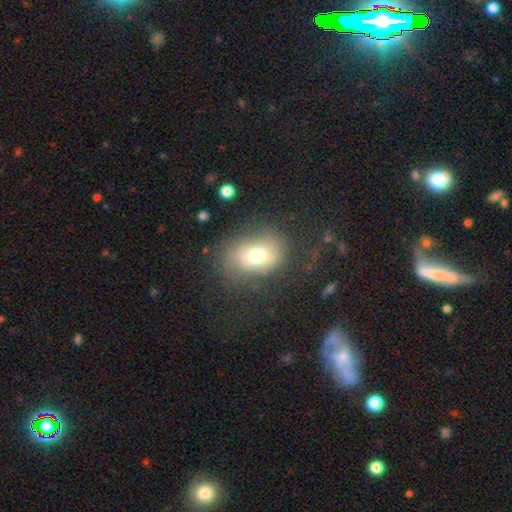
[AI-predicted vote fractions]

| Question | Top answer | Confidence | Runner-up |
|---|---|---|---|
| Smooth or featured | smooth | 69% | featured or disk (19%) |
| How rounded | in between | 62% | round (37%) |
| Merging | none | 64% | minor disturbance (20%) |